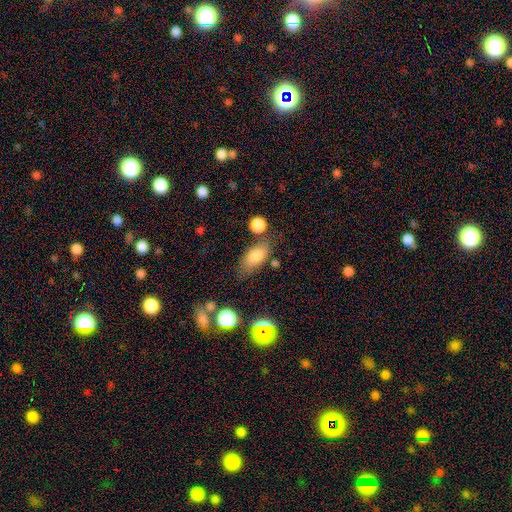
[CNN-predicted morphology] smooth-or-featured: smooth: 78% | featured or disk: 13% | star or artifact: 9%
  how-rounded: in between: 84% | cigar-shaped: 10% | round: 6%
  merging: none: 68% | minor disturbance: 18% | merger: 8% | major disturbance: 6%